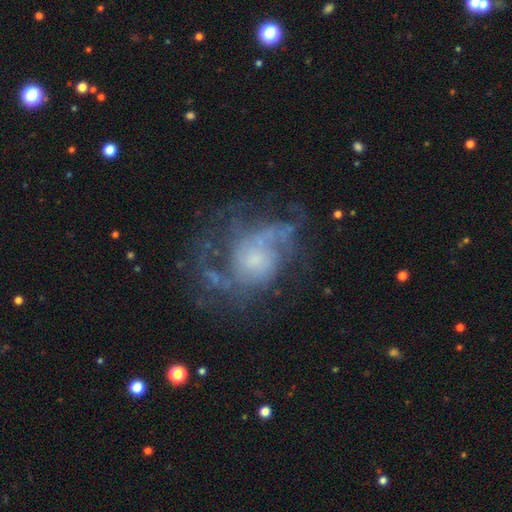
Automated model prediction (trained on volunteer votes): Overall: featured or disk (76%). Edge-on disk: no (97%). Bar: no (76%). Spiral arms: yes (78%). Spiral arm count: can't tell (36%; 2 28%). Spiral winding: medium (43%; loose 29%). Bulge size: small (39%; moderate 31%). Merging: none (52%; major disturbance 26%).